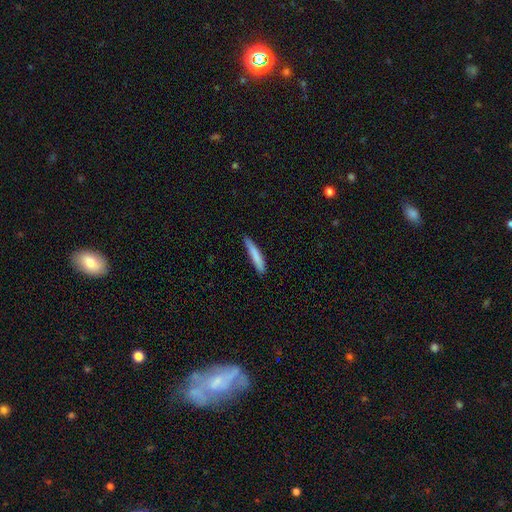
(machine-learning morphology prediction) This appears to be a smooth galaxy with no disk features (80%) that is cigar-shaped (93%). Merging: none (82%).